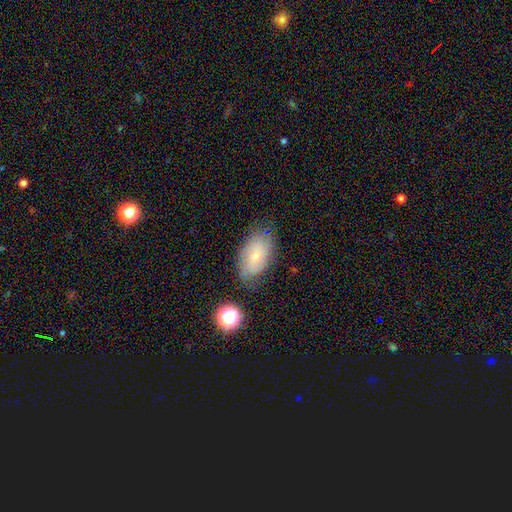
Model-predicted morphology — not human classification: This appears to be a smooth galaxy with no disk features (60%) that is in between round and cigar-shaped (90%). Merging: none (70%).